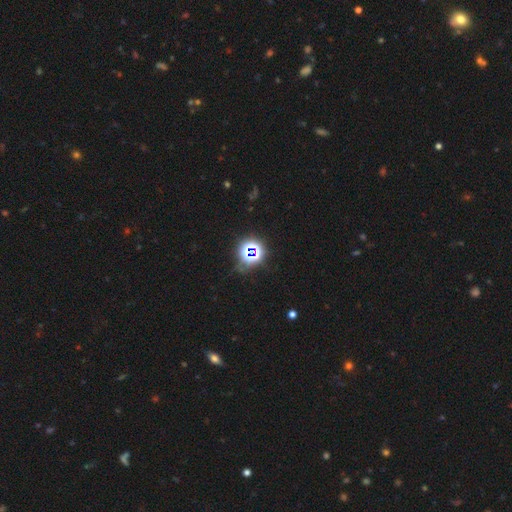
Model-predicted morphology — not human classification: A star or artifact, not a galaxy (70%).